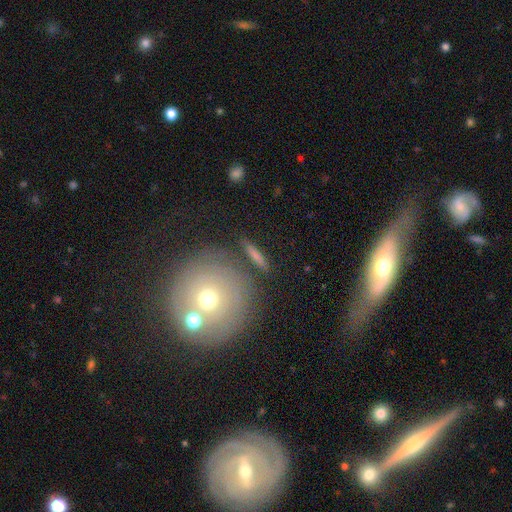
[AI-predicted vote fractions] A smooth galaxy with no disk features (69%) that is cigar-shaped (76%). Merging: none (82%).